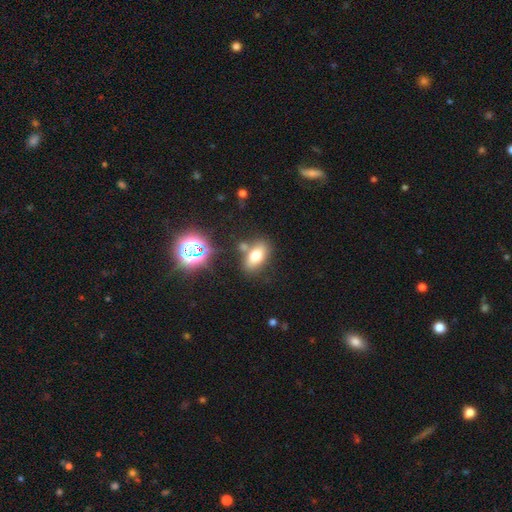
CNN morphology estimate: Smooth or featured? smooth (69%)
How rounded? in between (83%)
Merging? none (70%)